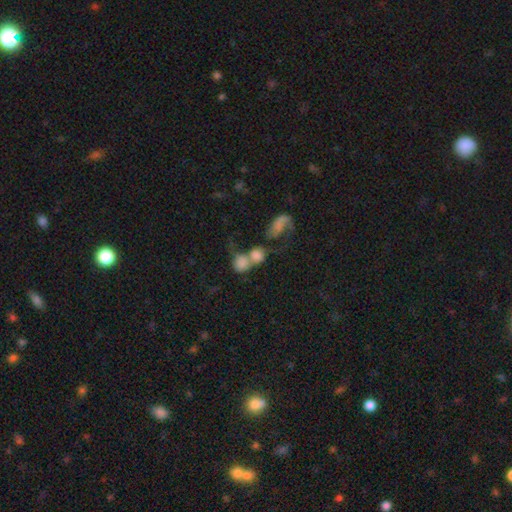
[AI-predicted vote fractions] Overall: smooth (68%). How rounded: round (55%; in between 43%). Merging: merger (72%).